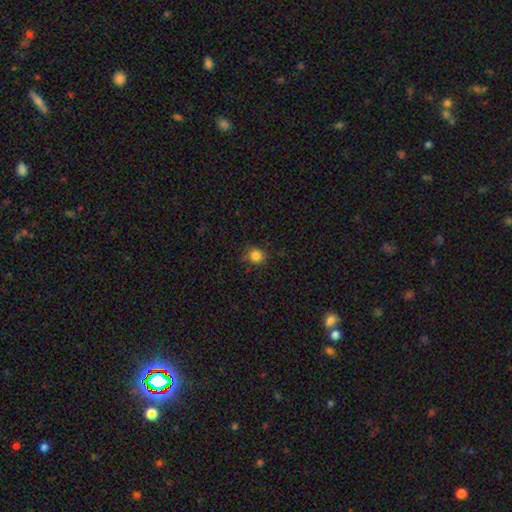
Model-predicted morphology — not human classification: A smooth galaxy with no disk features (84%) that is round (86%).

Vote fractions:
- Smooth or featured? smooth: 84% / star or artifact: 12% / featured or disk: 4%
- How rounded? round: 86% / in between: 13% / cigar-shaped: 1%
- Merging? none: 82% / minor disturbance: 14% / major disturbance: 3% / merger: 1%